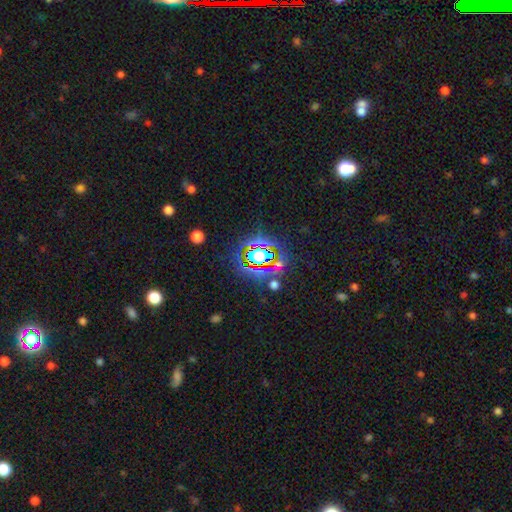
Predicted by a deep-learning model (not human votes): smooth_or_featured: star or artifact (p=0.67) [alt: smooth p=0.20]